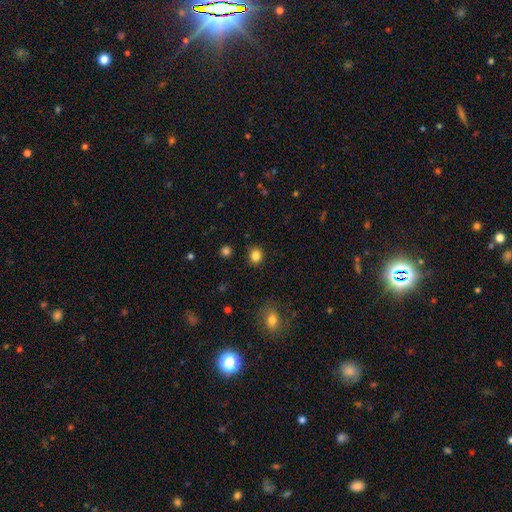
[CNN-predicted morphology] Q: Smooth or featured?
A: smooth (84%); runner-up: star or artifact (12%)
Q: How rounded?
A: round (79%); runner-up: in between (20%)
Q: Merging?
A: none (88%); runner-up: minor disturbance (8%)